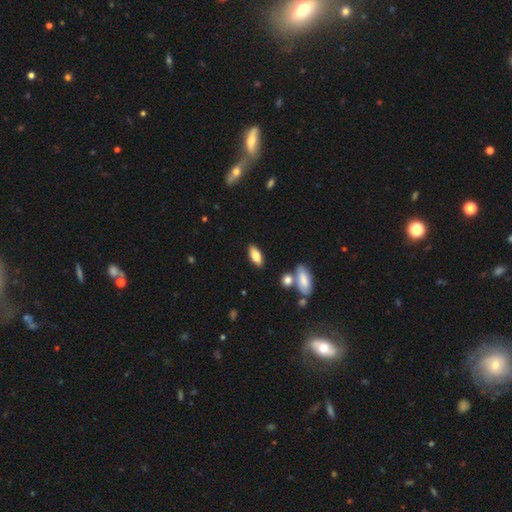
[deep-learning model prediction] Smooth or featured? Predicted: smooth (p=0.74). How rounded? Predicted: in between (p=0.82). Merging? Predicted: none (p=0.84).